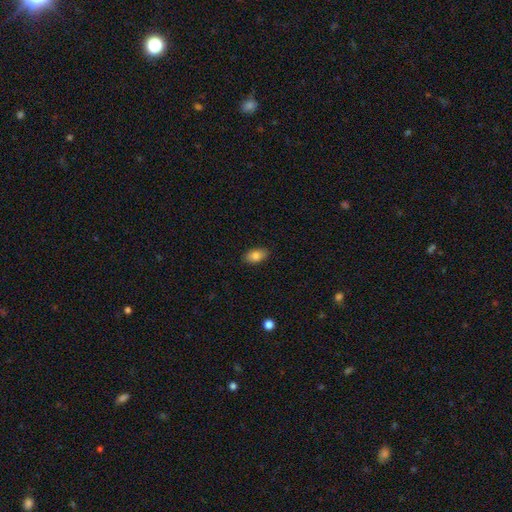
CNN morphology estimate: Smooth or featured? smooth (82%)
How rounded? in between (92%)
Merging? none (88%)